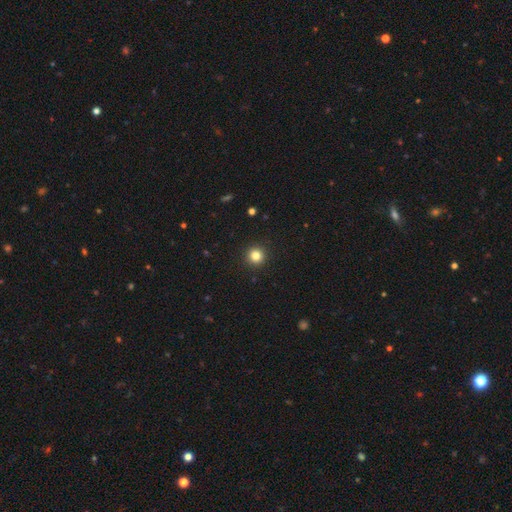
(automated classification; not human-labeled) A smooth galaxy with no disk features (83%) that is round (95%). Merging: none (93%).